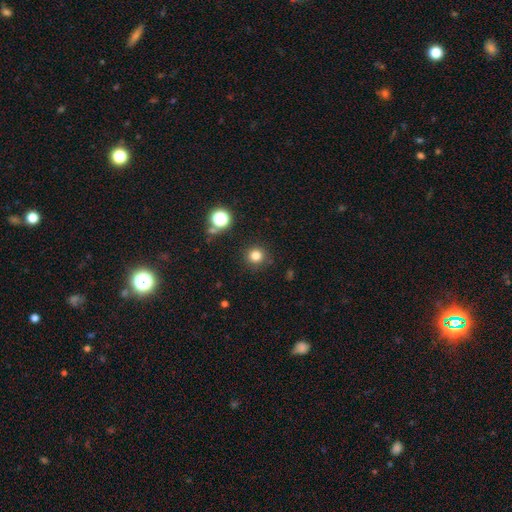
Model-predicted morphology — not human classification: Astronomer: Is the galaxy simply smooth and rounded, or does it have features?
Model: smooth — 80%.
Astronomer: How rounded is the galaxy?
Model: round — 94%.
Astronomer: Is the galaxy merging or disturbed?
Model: none — 89%.